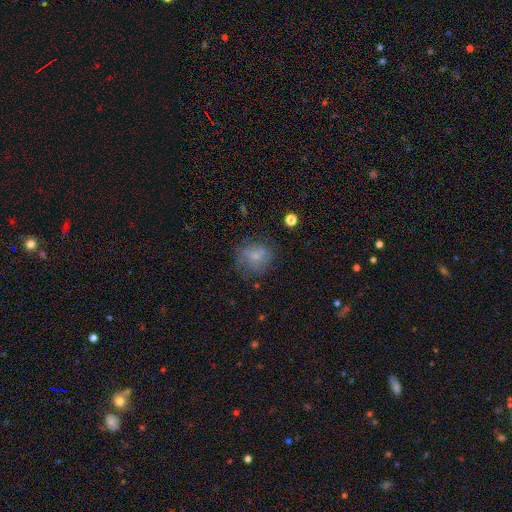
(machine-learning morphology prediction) A smooth galaxy with no disk features (63%) that is round (81%). Merging: none (62%).